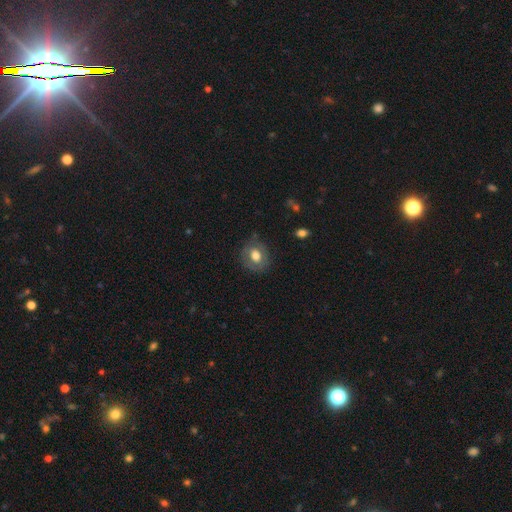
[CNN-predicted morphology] This is likely a smooth galaxy (65%). How rounded: possibly round (59%). Merging: likely none (78%).